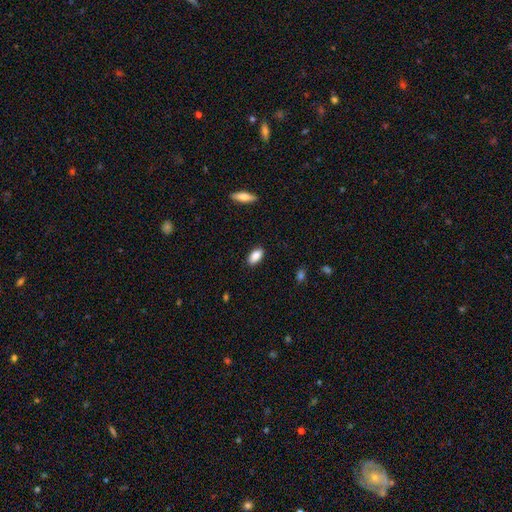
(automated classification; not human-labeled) Overall: smooth (87%). How rounded: in between (90%). Merging: none (88%).